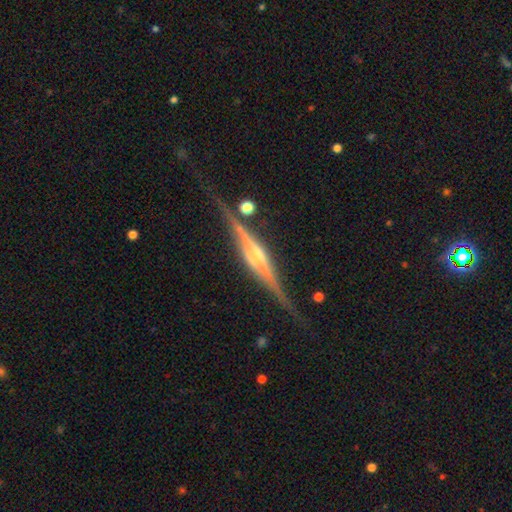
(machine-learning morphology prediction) A featured or disk galaxy (86%) viewed edge-on (98%) with a rounded central bulge (84%).

Vote fractions:
- Smooth or featured? featured or disk: 86% / smooth: 9% / star or artifact: 6%
- Edge-on disk? yes: 98% / no: 2%
- Edge-on bulge? rounded: 84% / boxy: 12% / none: 4%
- Merging? none: 83% / minor disturbance: 12% / major disturbance: 3% / merger: 3%